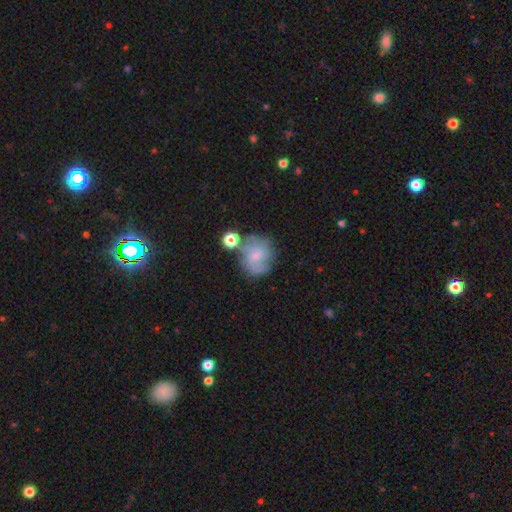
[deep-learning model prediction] Smooth or featured? Predicted: featured or disk (p=0.47). Merging? Predicted: none (p=0.54).